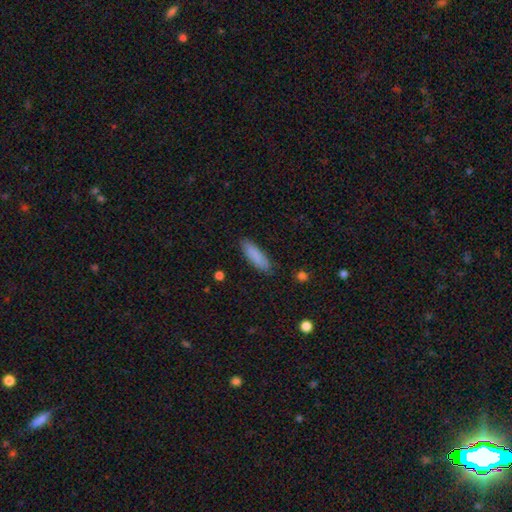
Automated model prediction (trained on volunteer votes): Morphology: type=smooth (87%); roundness=cigar-shaped (53%); merging=none (87%).